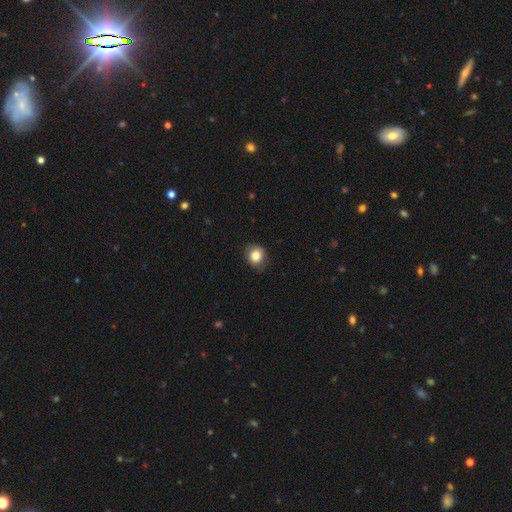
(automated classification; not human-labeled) This appears to be a smooth galaxy with no disk features (83%) that is round (76%). Merging: none (78%).